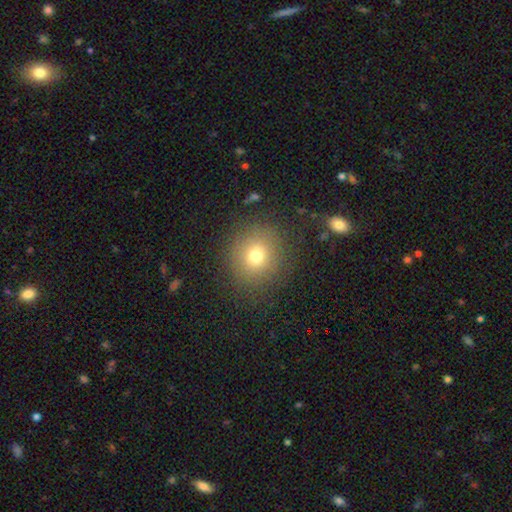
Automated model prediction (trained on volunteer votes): This appears to be a smooth galaxy with no disk features (73%) that is round (89%). Merging: none (86%).